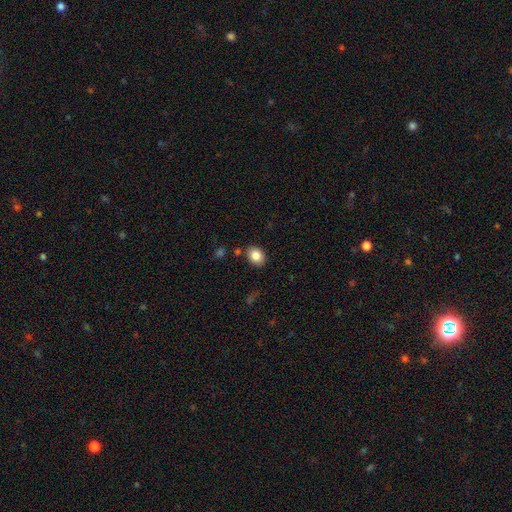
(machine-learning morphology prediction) Smooth or featured? Predicted: smooth (p=0.84). How rounded? Predicted: in between (p=0.66). Merging? Predicted: none (p=0.84).